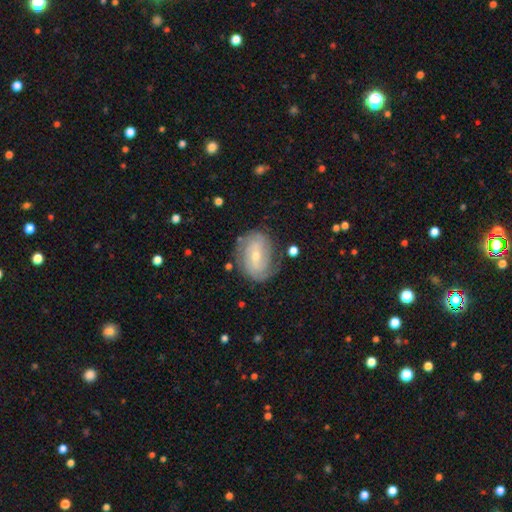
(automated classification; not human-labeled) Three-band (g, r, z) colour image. It shows a featured or disk galaxy (78%) with a weak bar (47%), 2 (48%) tight (60%) spiral arms (92%) and a small central bulge (58%). Merging: none (74%).